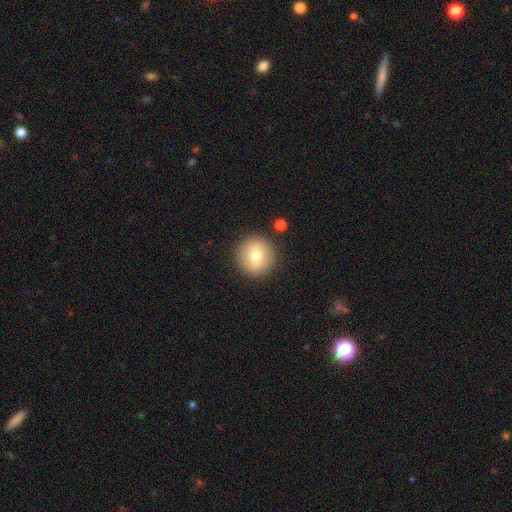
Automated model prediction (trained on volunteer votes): Smooth or featured? Predicted: smooth (p=0.74). How rounded? Predicted: round (p=0.94). Merging? Predicted: none (p=0.89).